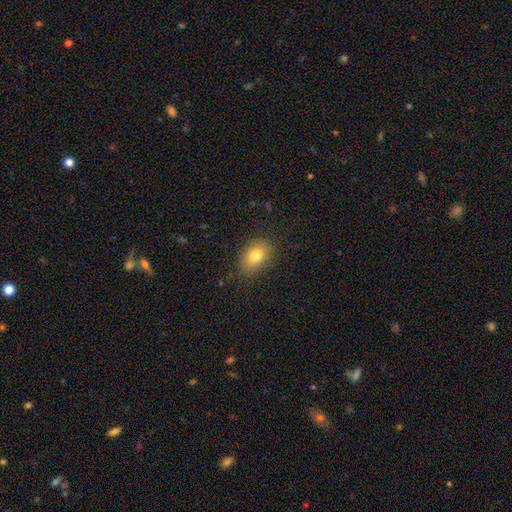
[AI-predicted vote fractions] Overall: smooth (78%). How rounded: in between (79%). Merging: none (83%).